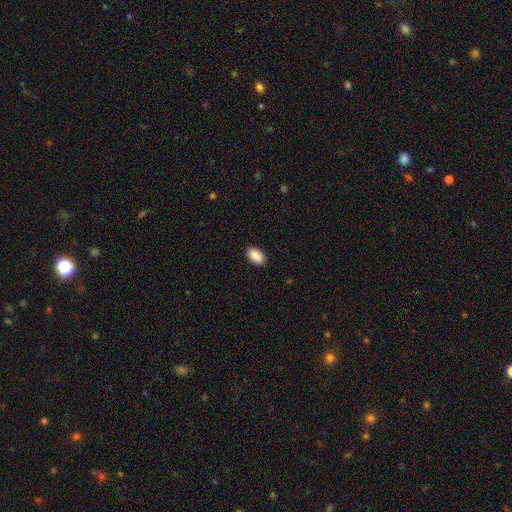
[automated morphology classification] This is clearly a smooth galaxy (90%). How rounded: clearly in between (94%). Merging: clearly none (90%).